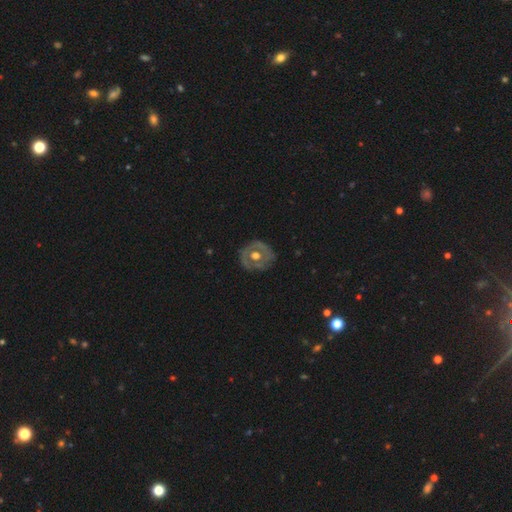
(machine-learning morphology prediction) featured or disk 62%, smooth 32%, star or artifact 6%. Down the decision tree: edge-on disk — no (96%); bar — no (83%); spiral arms — no (69%); bulge size — moderate (72%); merging — none (74%).